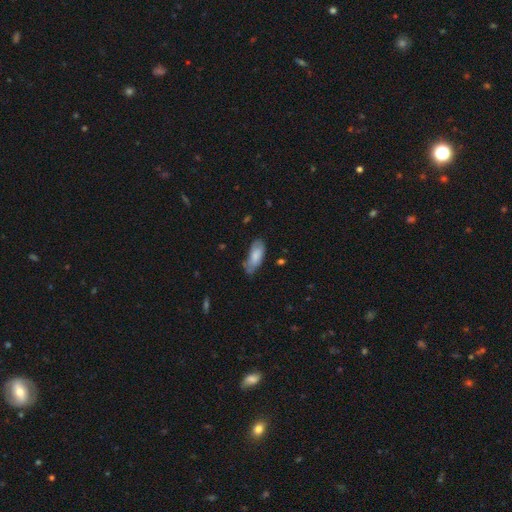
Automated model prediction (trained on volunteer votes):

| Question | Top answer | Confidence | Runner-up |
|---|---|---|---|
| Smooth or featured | smooth | 74% | featured or disk (20%) |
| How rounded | in between | 80% | cigar-shaped (18%) |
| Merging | none | 60% | minor disturbance (30%) |